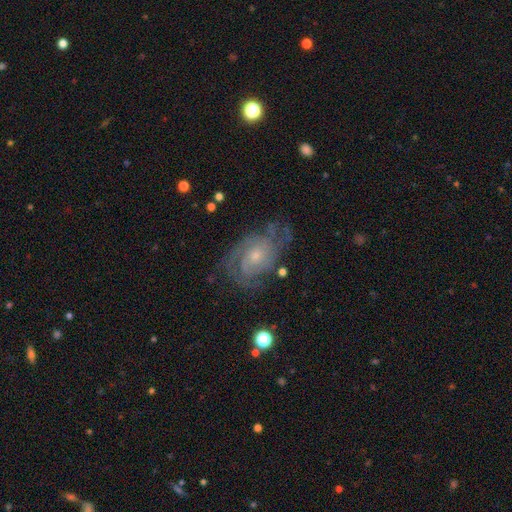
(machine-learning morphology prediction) featured or disk 85%, smooth 8%, star or artifact 7%. Down the decision tree: edge-on disk — no (97%); bar — no (69%); spiral arms — yes (96%); spiral arm count — 2 (39%); spiral winding — tight (61%); bulge size — small (57%); merging — none (72%).